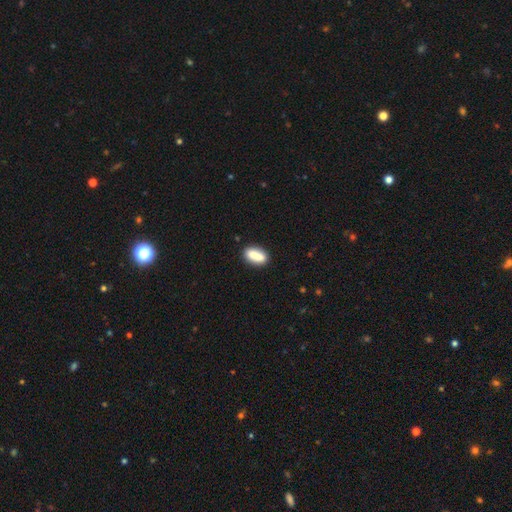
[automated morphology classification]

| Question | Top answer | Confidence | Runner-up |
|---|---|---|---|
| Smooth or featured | smooth | 83% | featured or disk (10%) |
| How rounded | in between | 86% | cigar-shaped (9%) |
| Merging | none | 72% | minor disturbance (14%) |